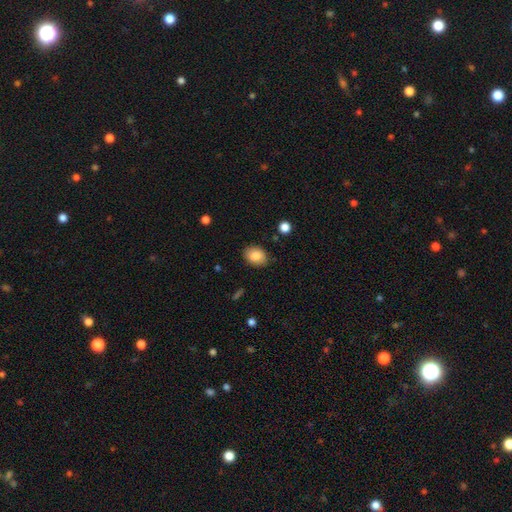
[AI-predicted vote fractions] A smooth galaxy with no disk features (85%) that is in between round and cigar-shaped (65%).

Vote fractions:
- Smooth or featured? smooth: 85% / star or artifact: 8% / featured or disk: 7%
- How rounded? in between: 65% / round: 34% / cigar-shaped: 1%
- Merging? none: 85% / minor disturbance: 11% / major disturbance: 2% / merger: 1%